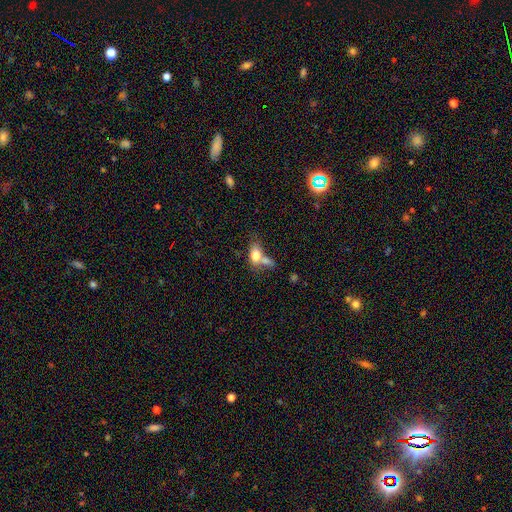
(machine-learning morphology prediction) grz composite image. It shows a smooth galaxy with no disk features (75%) that is in between round and cigar-shaped (80%). Merging: merger (51%).